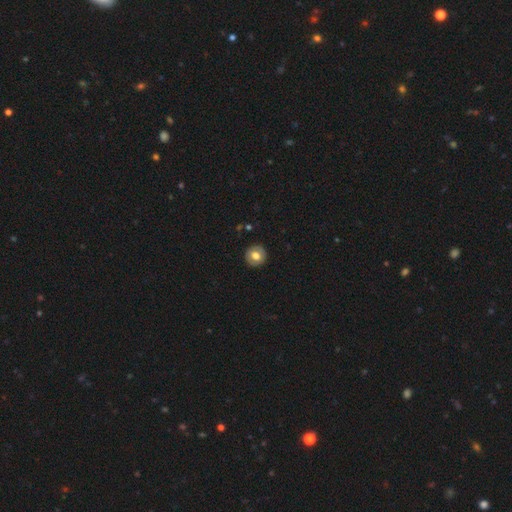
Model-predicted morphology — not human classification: smooth 70%, featured or disk 22%, star or artifact 8%. Down the decision tree: how rounded — round (91%); merging — none (91%).